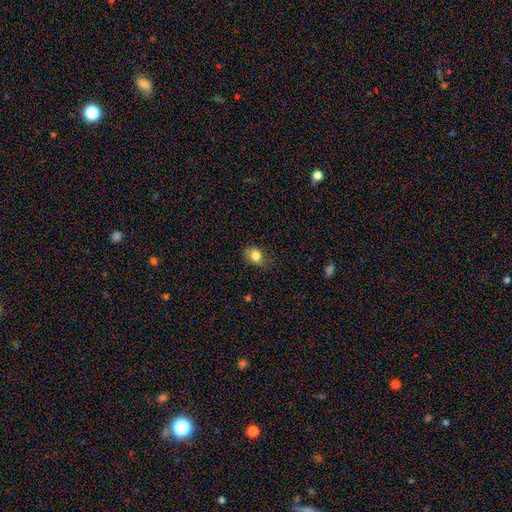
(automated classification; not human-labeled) A smooth galaxy with no disk features (80%) that is in between round and cigar-shaped (52%).

Vote fractions:
- Smooth or featured? smooth: 80% / star or artifact: 10% / featured or disk: 9%
- How rounded? in between: 52% / round: 47% / cigar-shaped: 1%
- Merging? none: 60% / minor disturbance: 30% / major disturbance: 8% / merger: 1%